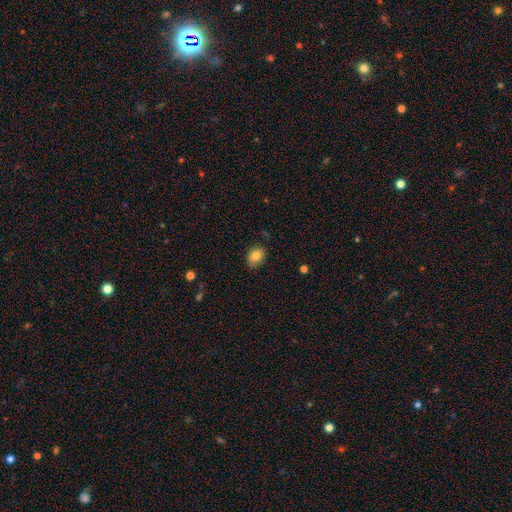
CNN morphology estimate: smooth-or-featured: smooth: 84% | star or artifact: 9% | featured or disk: 8%
  how-rounded: in between: 72% | round: 27% | cigar-shaped: 1%
  merging: none: 84% | minor disturbance: 13% | major disturbance: 3% | merger: 1%